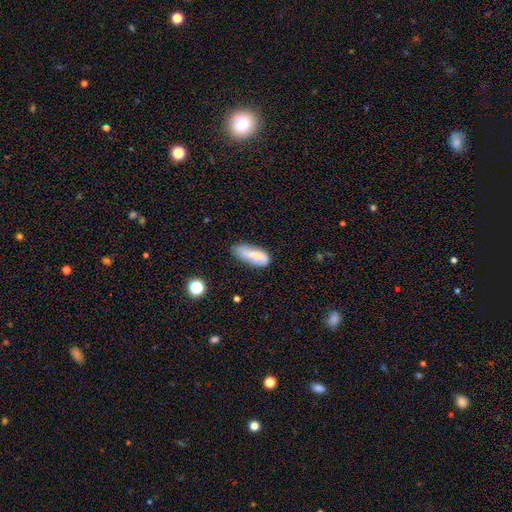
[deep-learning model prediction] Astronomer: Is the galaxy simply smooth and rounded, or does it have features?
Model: smooth — 69%.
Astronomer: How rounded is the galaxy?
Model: in between — 74%.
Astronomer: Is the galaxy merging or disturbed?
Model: none — 40% (runner-up: minor disturbance, 37%).